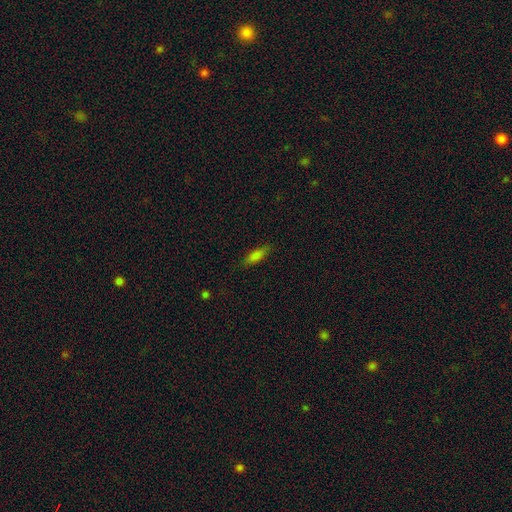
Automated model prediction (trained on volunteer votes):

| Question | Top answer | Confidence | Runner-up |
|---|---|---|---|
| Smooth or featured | smooth | 79% | featured or disk (11%) |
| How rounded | in between | 60% | cigar-shaped (38%) |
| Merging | none | 81% | minor disturbance (15%) |